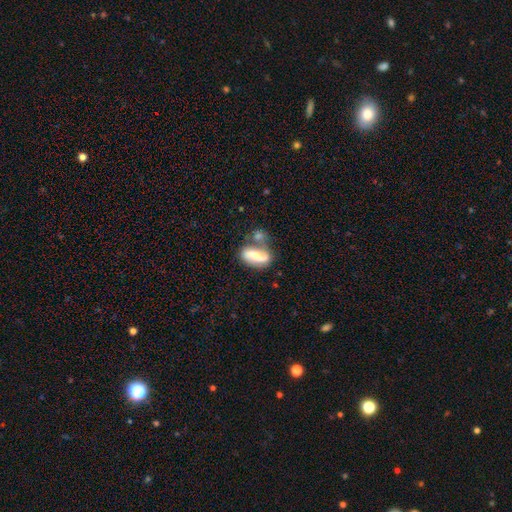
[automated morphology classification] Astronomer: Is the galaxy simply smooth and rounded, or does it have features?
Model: smooth — 53% (runner-up: featured or disk, 38%).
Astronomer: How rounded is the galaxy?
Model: in between — 72%.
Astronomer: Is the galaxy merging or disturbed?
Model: none — 39% (runner-up: merger, 31%).